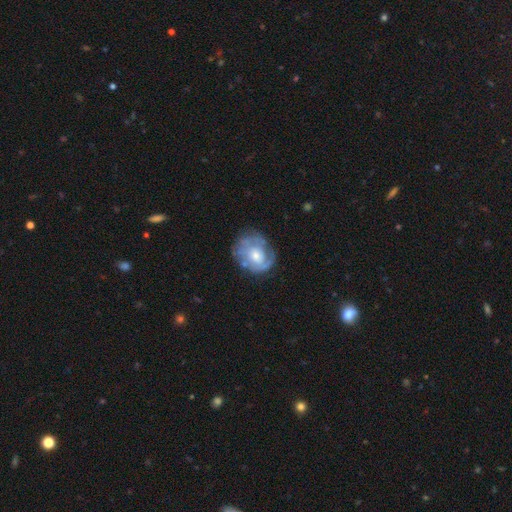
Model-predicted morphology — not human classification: The model was most divided on "bulge size": moderate: 52%, small: 34%, large: 10%, none: 3%, dominant: 1%. More confident: edge-on disk — no (97%); bar — no (78%); spiral arms — yes (69%); smooth or featured — featured or disk (66%); merging — none (62%).